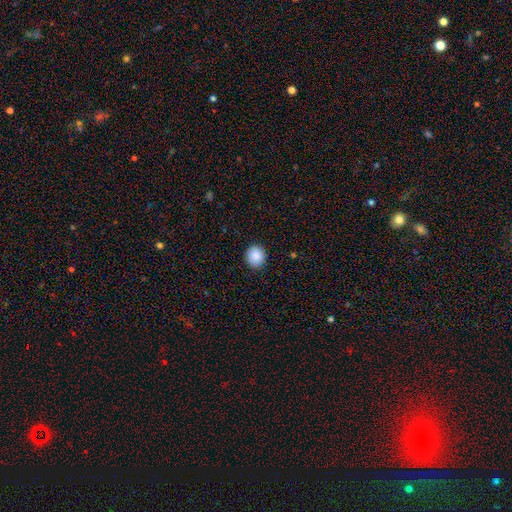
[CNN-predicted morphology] Overall: smooth (89%). How rounded: round (84%). Merging: none (91%).